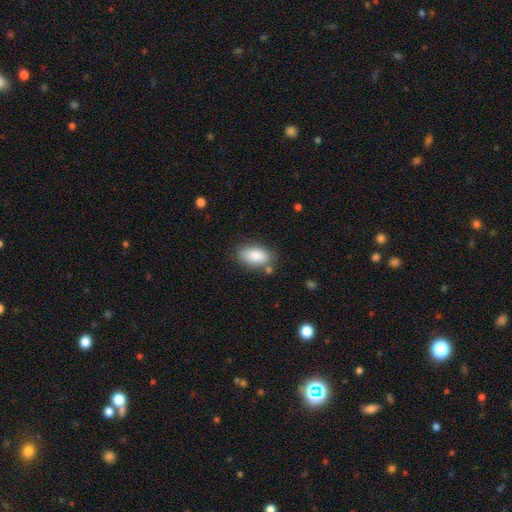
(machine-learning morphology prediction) Smooth or featured: smooth — 87% (star or artifact — 7%)
How rounded: in between — 93% (round — 4%)
Merging: none — 74% (minor disturbance — 16%)